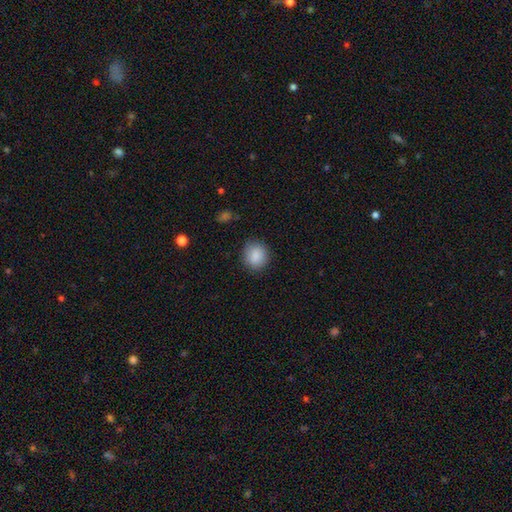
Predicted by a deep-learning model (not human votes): Smooth or featured? smooth (88%)
How rounded? round (81%)
Merging? none (86%)